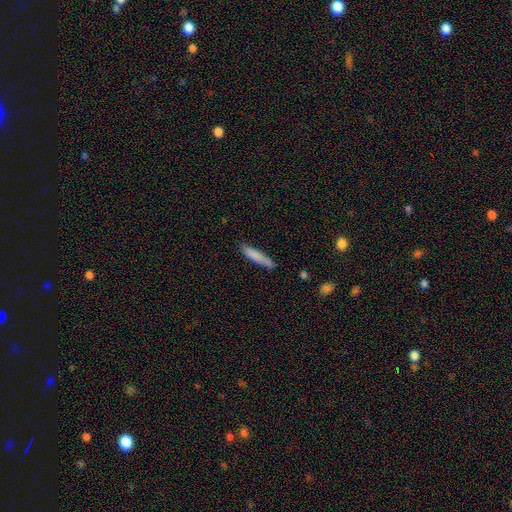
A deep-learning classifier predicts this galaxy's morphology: type=smooth (80%); roundness=cigar-shaped (87%); merging=none (78%).